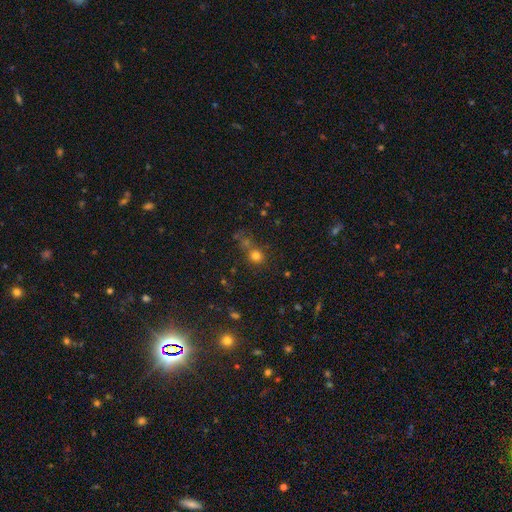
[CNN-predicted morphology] This appears to be a smooth galaxy with no disk features (72%) that is round (86%). Merging: none (60%).